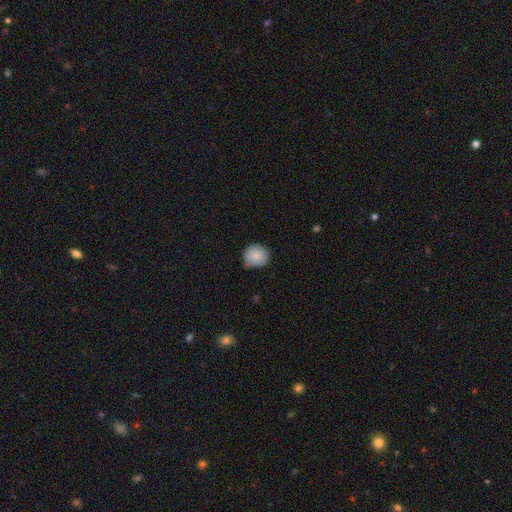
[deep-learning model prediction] Smooth or featured?
  - smooth: 85% *
  - star or artifact: 8%
  - featured or disk: 7%
How rounded?
  - round: 81% *
  - in between: 18%
  - cigar-shaped: 1%
Merging?
  - none: 70% *
  - minor disturbance: 25%
  - major disturbance: 3%
  - merger: 2%